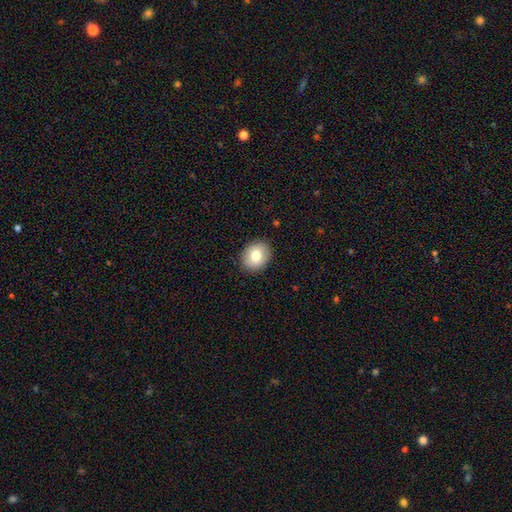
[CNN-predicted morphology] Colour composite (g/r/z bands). It shows a smooth galaxy with no disk features (77%) that is round (54%). Merging: none (90%).